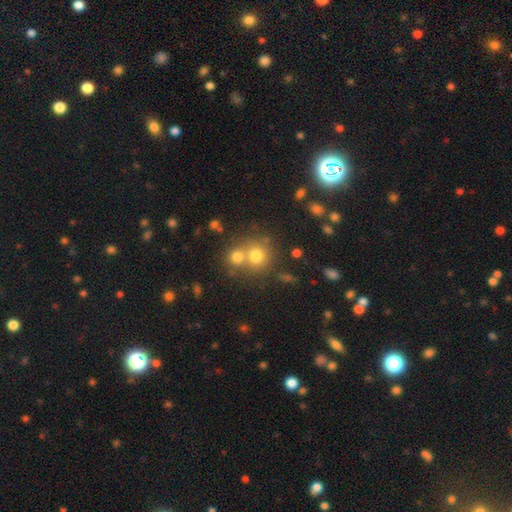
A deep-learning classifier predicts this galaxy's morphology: type=smooth (73%); roundness=round (87%); merging=none (47%).